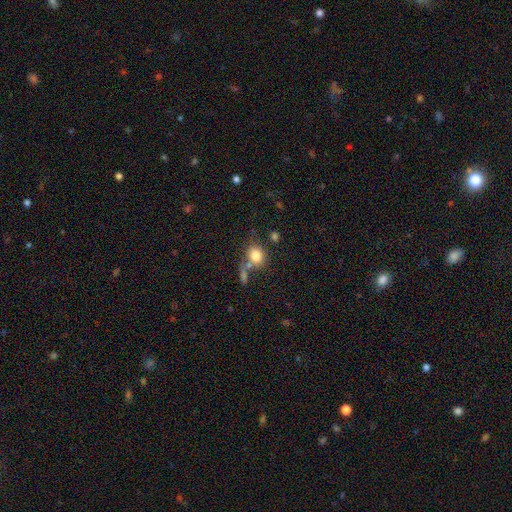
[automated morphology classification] smooth 80%, star or artifact 10%, featured or disk 9%. Down the decision tree: how rounded — round (61%); merging — none (59%).